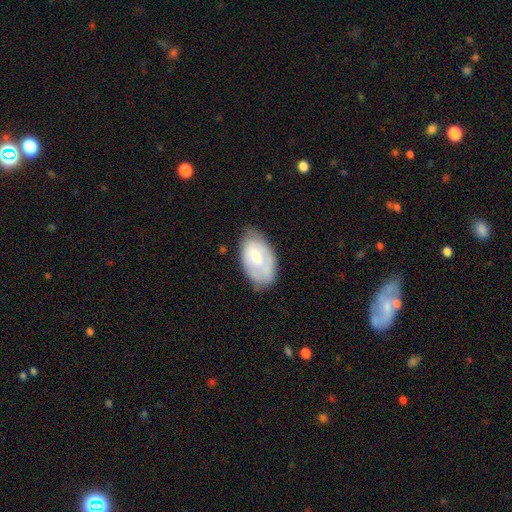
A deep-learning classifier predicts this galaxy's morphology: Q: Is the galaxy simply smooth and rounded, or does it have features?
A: smooth — 52%.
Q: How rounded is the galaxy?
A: in between — 93%.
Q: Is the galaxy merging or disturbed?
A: none — 62%.